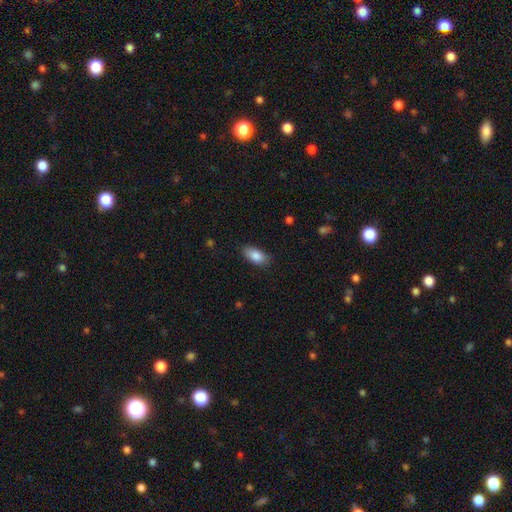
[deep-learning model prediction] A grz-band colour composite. It shows a smooth galaxy with no disk features (86%) that is in between round and cigar-shaped (90%). Merging: none (84%).